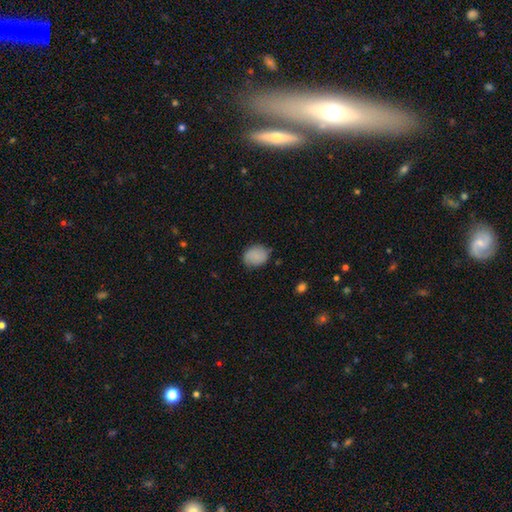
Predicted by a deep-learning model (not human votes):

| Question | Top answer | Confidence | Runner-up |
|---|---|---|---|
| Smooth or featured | smooth | 84% | featured or disk (8%) |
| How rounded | round | 56% | in between (43%) |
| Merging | none | 79% | minor disturbance (17%) |